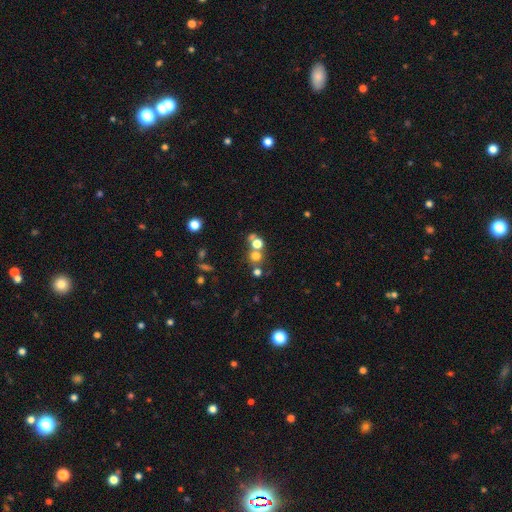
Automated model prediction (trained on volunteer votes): Overall: smooth (64%). How rounded: round (86%). Merging: none (54%; merger 34%).